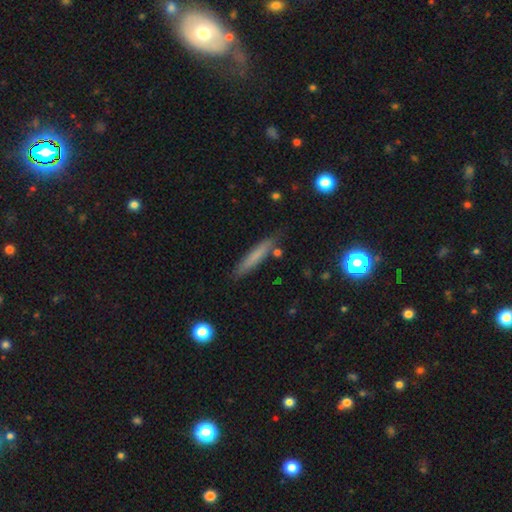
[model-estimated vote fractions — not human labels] The model was most divided on "smooth or featured": smooth: 70%, featured or disk: 22%, star or artifact: 8%. More confident: how rounded — cigar-shaped (92%); merging — none (84%).